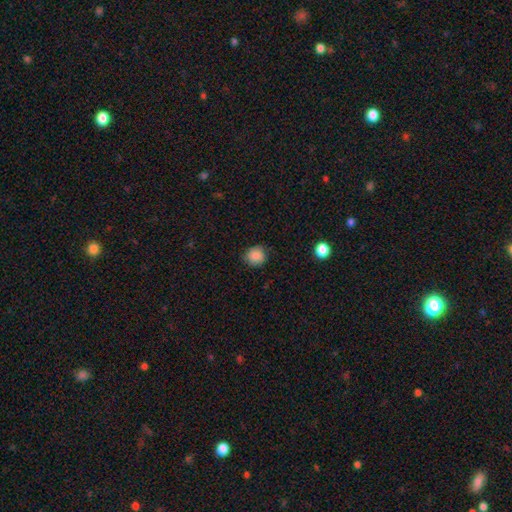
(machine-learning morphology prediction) smooth 86%, star or artifact 9%, featured or disk 5%. Down the decision tree: how rounded — round (88%); merging — none (82%).